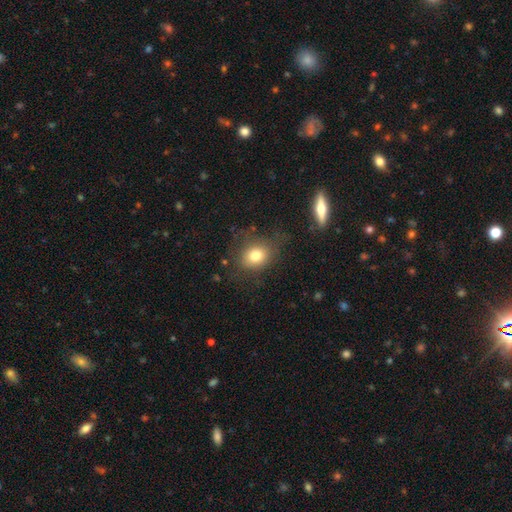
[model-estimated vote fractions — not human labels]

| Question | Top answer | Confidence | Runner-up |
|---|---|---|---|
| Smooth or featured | smooth | 77% | featured or disk (12%) |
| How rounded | round | 60% | in between (39%) |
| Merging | none | 73% | minor disturbance (17%) |